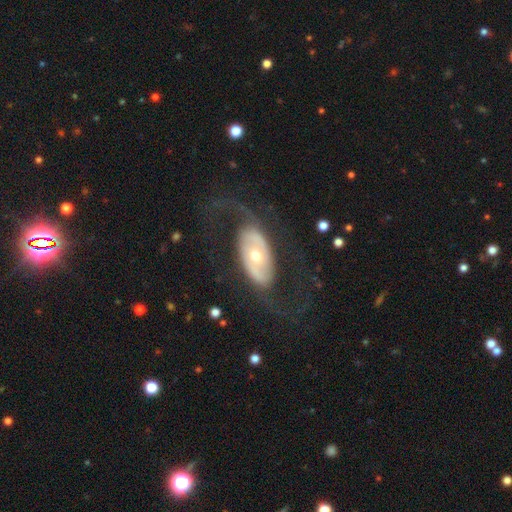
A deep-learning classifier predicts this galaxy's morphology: A featured or disk galaxy (77%) with no bar (65%), 2 (84%) loose (49%) spiral arms (74%) and a moderate central bulge (62%). Merging: none (65%).